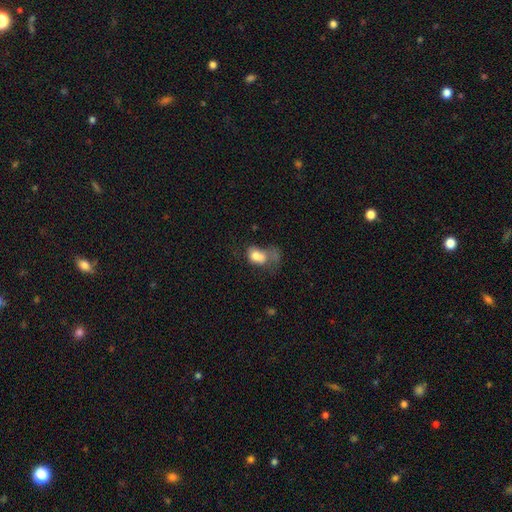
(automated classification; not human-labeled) Q: Smooth or featured?
A: smooth (69%); runner-up: featured or disk (22%)
Q: How rounded?
A: in between (74%); runner-up: round (24%)
Q: Merging?
A: major disturbance (40%); runner-up: merger (29%)